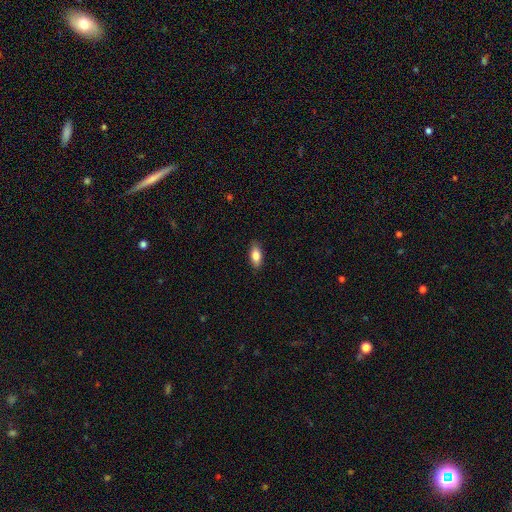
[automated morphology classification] This appears to be a smooth galaxy with no disk features (83%) that is in between round and cigar-shaped (86%). Merging: none (88%).